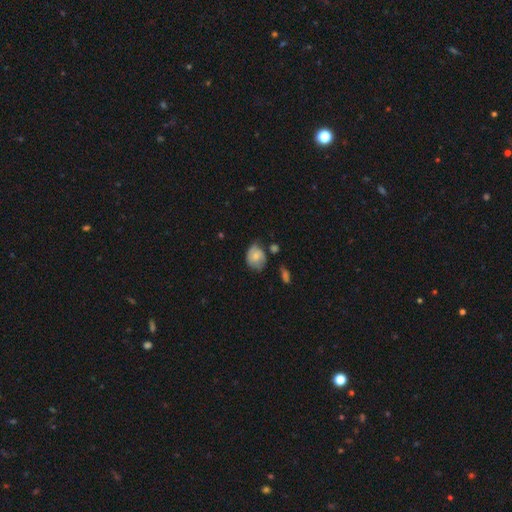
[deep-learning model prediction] Overall: smooth (65%; featured or disk 27%). How rounded: round (50%; in between 48%). Merging: none (45%; minor disturbance 37%).